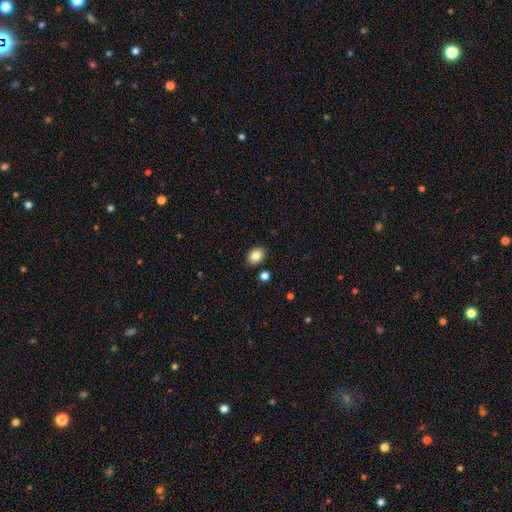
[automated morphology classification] type=smooth (84%); roundness=in between (64%); merging=none (86%).